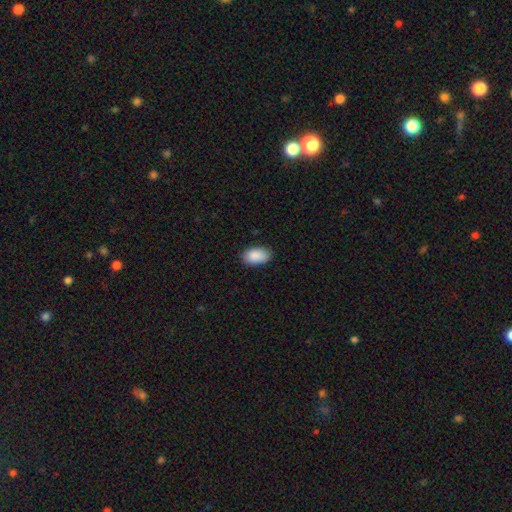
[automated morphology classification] Overall: smooth (90%). How rounded: in between (94%). Merging: none (84%).